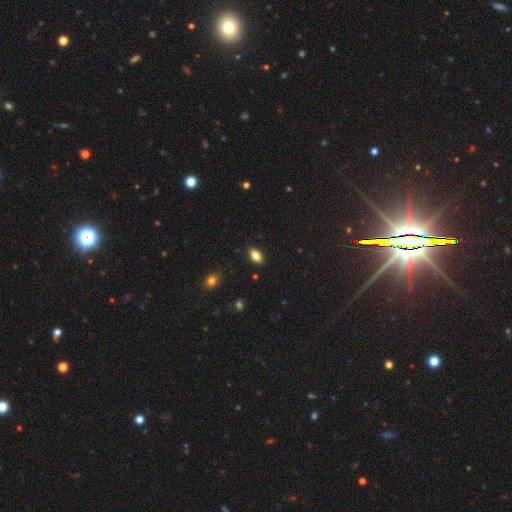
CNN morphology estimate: smooth 76%, featured or disk 15%, star or artifact 9%. Down the decision tree: how rounded — in between (89%); merging — none (87%).